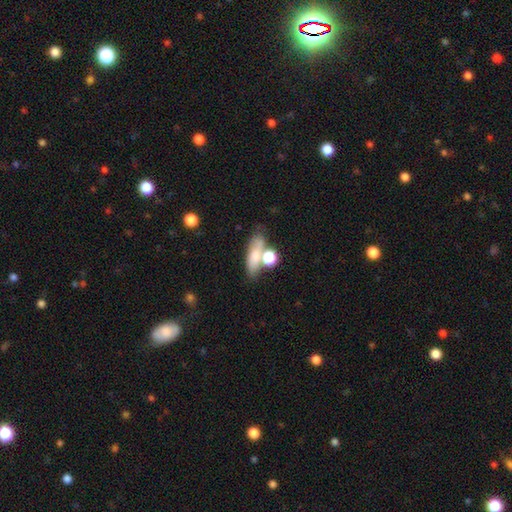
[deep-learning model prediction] Morphology: type=smooth (68%); roundness=in between (51%); merging=none (46%).